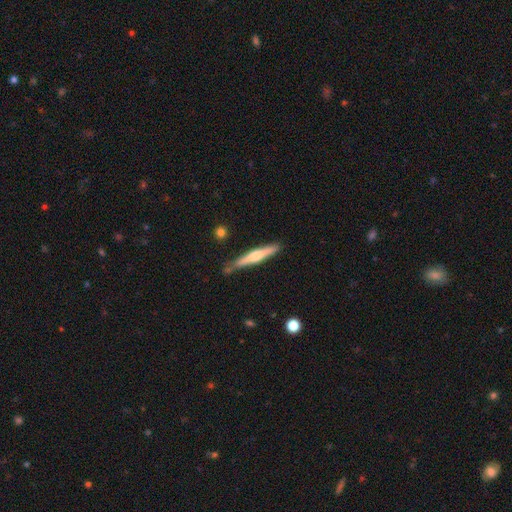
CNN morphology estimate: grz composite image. It shows a featured or disk galaxy (51%) viewed edge-on (96%). Merging: none (77%).